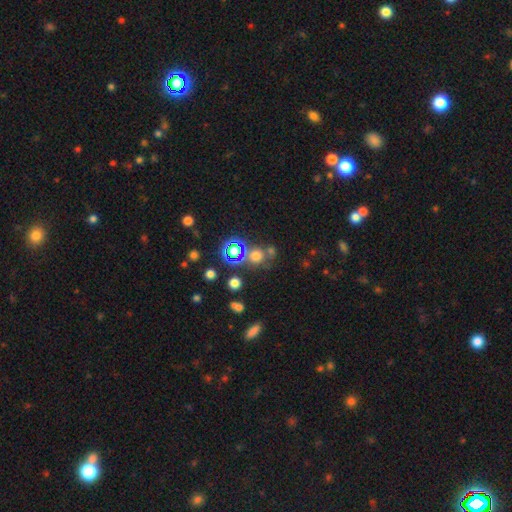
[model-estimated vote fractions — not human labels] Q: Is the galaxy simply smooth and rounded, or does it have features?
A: smooth — 60%.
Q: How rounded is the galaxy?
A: round — 85%.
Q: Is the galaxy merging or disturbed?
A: none — 63%.